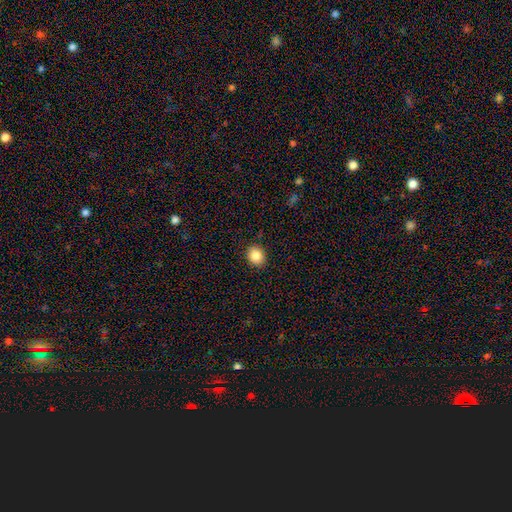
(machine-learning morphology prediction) A smooth galaxy with no disk features (85%) that is round (59%). Merging: none (89%).